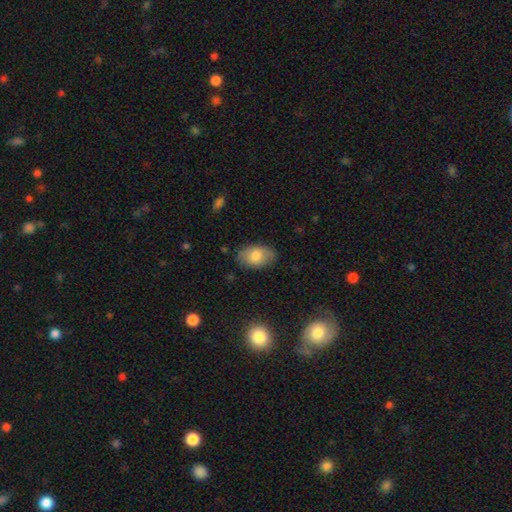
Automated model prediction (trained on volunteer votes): smooth-or-featured: smooth: 77% | featured or disk: 16% | star or artifact: 7%
  how-rounded: in between: 91% | round: 8% | cigar-shaped: 1%
  merging: none: 80% | minor disturbance: 15% | major disturbance: 3% | merger: 1%